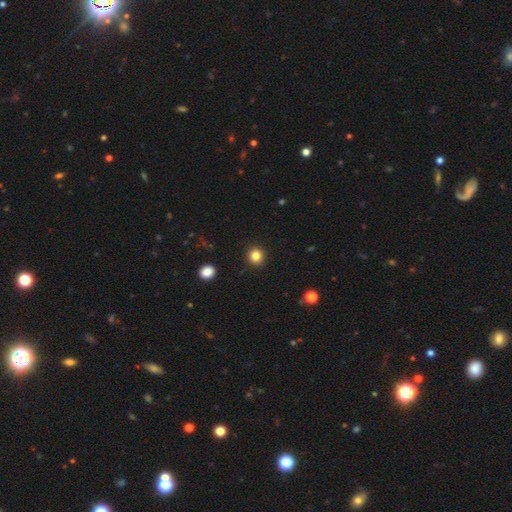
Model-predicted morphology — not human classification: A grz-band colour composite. It shows a smooth galaxy with no disk features (84%) that is round (90%). Merging: none (91%).